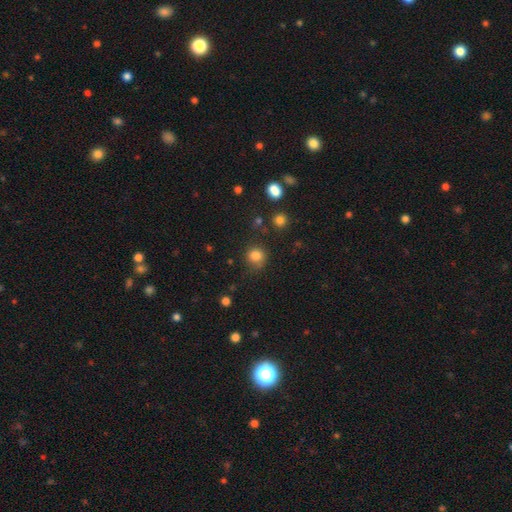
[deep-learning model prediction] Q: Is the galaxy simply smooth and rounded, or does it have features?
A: smooth — 82%.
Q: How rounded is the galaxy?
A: round — 87%.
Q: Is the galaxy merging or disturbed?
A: none — 76%.